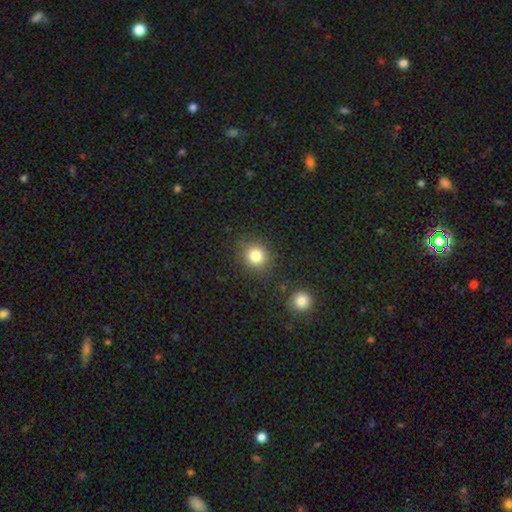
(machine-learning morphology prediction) smooth_or_featured: smooth (p=0.82) [alt: star or artifact p=0.12]
how_rounded: round (p=0.84) [alt: in between p=0.15]
merging: none (p=0.85) [alt: minor disturbance p=0.09]